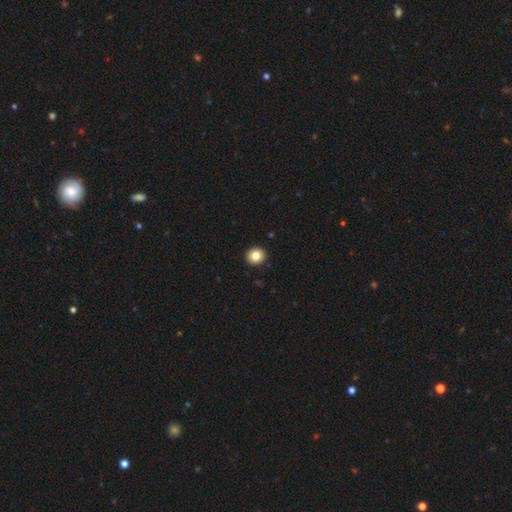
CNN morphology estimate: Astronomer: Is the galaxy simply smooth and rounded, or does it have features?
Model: smooth — 83%.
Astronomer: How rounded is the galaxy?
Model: round — 84%.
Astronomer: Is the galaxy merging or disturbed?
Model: none — 93%.